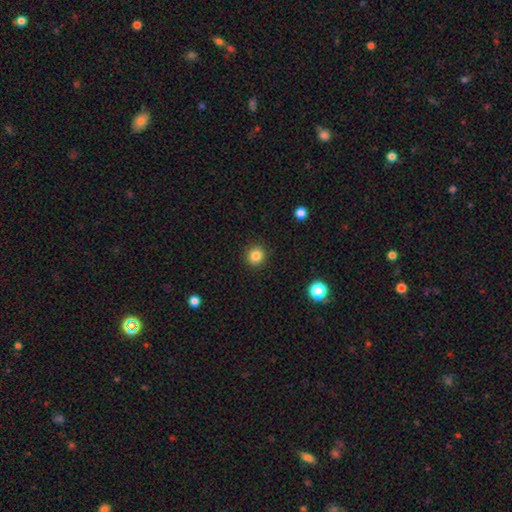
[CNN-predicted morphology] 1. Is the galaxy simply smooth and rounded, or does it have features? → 84% smooth, 11% star or artifact, 4% featured or disk.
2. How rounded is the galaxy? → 92% round, 7% in between, 1% cigar-shaped.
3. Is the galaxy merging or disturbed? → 92% none, 5% minor disturbance, 2% major disturbance, 1% merger.